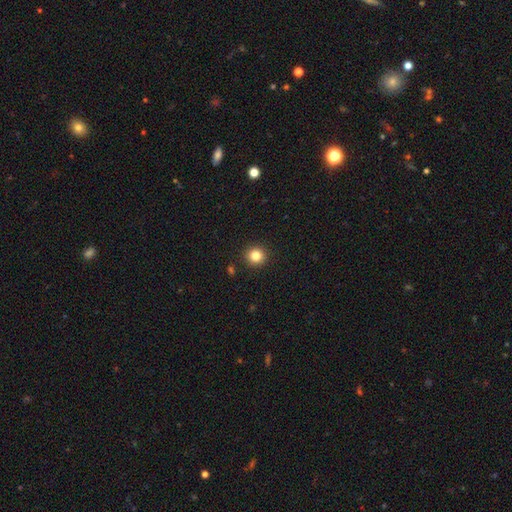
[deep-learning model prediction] smooth_or_featured: smooth (p=0.82) [alt: star or artifact p=0.12]
how_rounded: round (p=0.94) [alt: in between p=0.05]
merging: none (p=0.92) [alt: minor disturbance p=0.05]